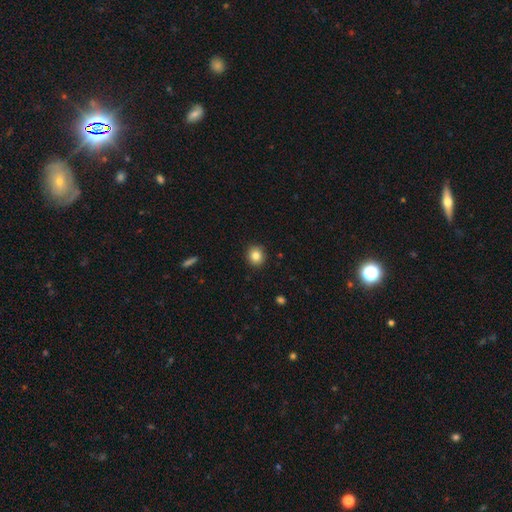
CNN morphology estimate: This appears to be a smooth galaxy with no disk features (84%) that is round (88%). Merging: none (91%).